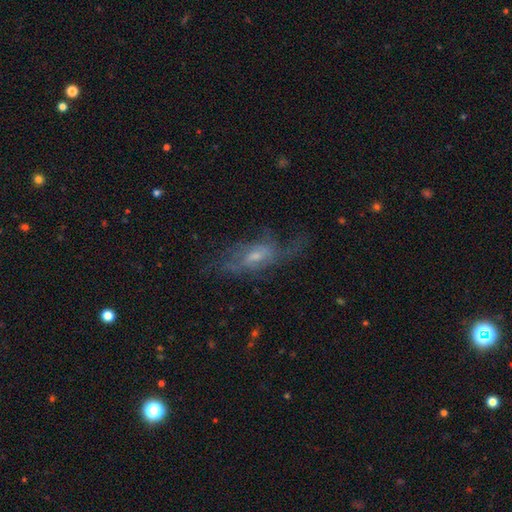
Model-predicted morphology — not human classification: This appears to be a featured or disk galaxy (62%) with no bar (55%), spiral arms (68%) and a small central bulge (50%). Merging: none (51%).